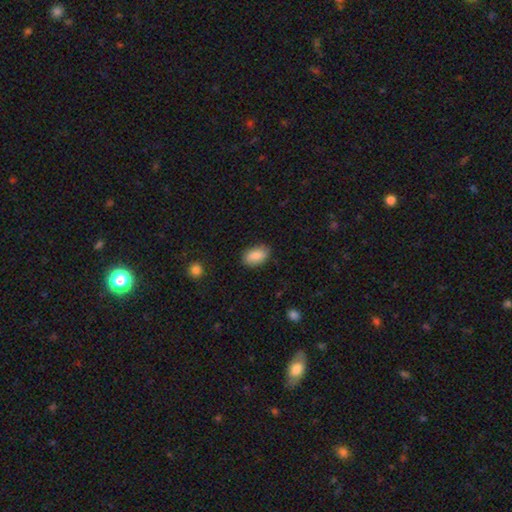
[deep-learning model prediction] The model was most divided on "merging": none: 82%, minor disturbance: 14%, major disturbance: 3%, merger: 1%. More confident: how rounded — in between (92%); smooth or featured — smooth (87%).